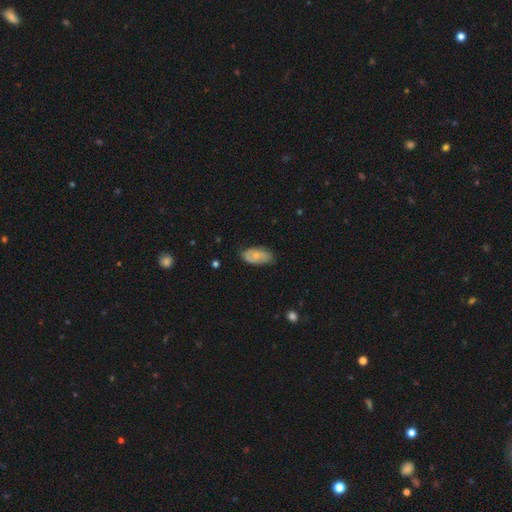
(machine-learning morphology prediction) A smooth galaxy with no disk features (66%) that is in between round and cigar-shaped (94%). Merging: none (71%).